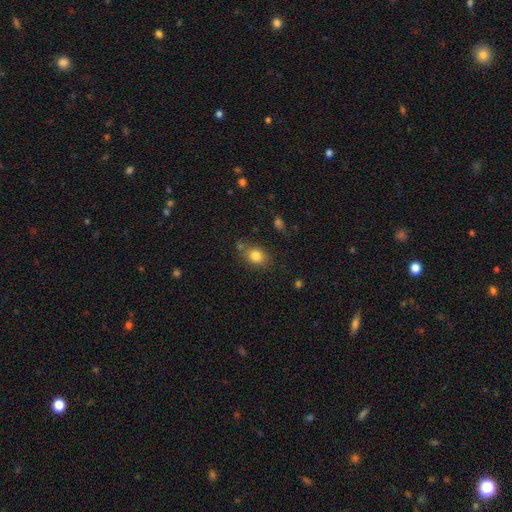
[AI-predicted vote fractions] Morphology: type=smooth (81%); roundness=in between (57%); merging=none (72%).